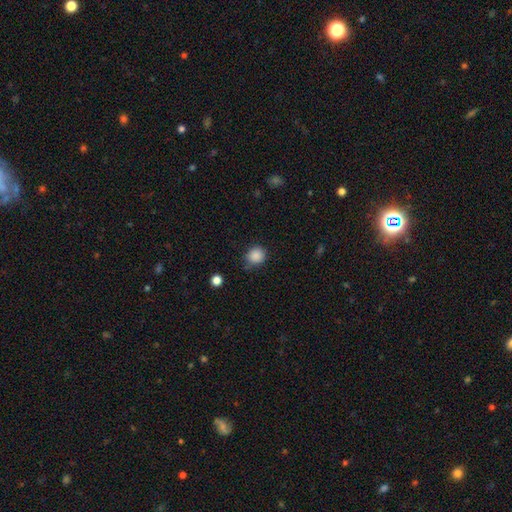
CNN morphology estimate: A smooth galaxy with no disk features (87%) that is round (85%).

Vote fractions:
- Smooth or featured? smooth: 87% / star or artifact: 10% / featured or disk: 3%
- How rounded? round: 85% / in between: 14% / cigar-shaped: 1%
- Merging? none: 78% / minor disturbance: 16% / major disturbance: 4% / merger: 3%